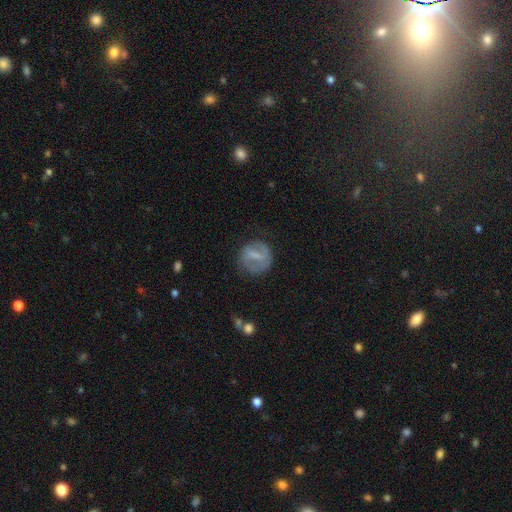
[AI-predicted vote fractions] A smooth galaxy with no disk features (49%). Merging: none (68%).